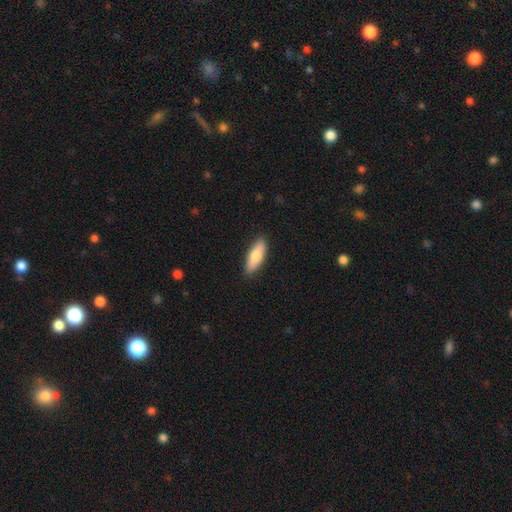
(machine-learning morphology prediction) Smooth or featured?
  - smooth: 72% *
  - featured or disk: 23%
  - star or artifact: 6%
How rounded?
  - in between: 58% *
  - cigar-shaped: 40%
  - round: 2%
Merging?
  - none: 88% *
  - minor disturbance: 9%
  - major disturbance: 2%
  - merger: 1%